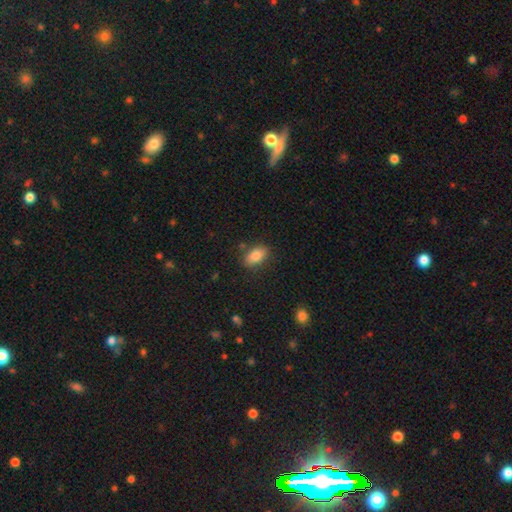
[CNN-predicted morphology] Q: Smooth or featured?
A: smooth (84%); runner-up: featured or disk (8%)
Q: How rounded?
A: in between (88%); runner-up: round (7%)
Q: Merging?
A: none (81%); runner-up: minor disturbance (12%)